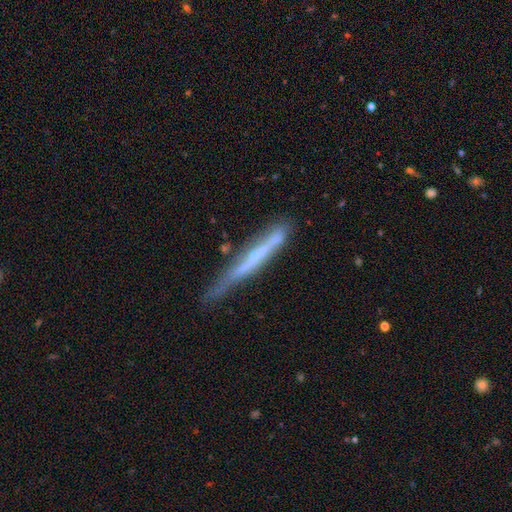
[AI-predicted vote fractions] smooth-or-featured: featured or disk: 68% | smooth: 25% | star or artifact: 7%
  disk-edge-on: yes: 91% | no: 9%
    edge-on-bulge: none: 49% | rounded: 46% | boxy: 5%
  merging: none: 56% | minor disturbance: 31% | major disturbance: 8% | merger: 5%